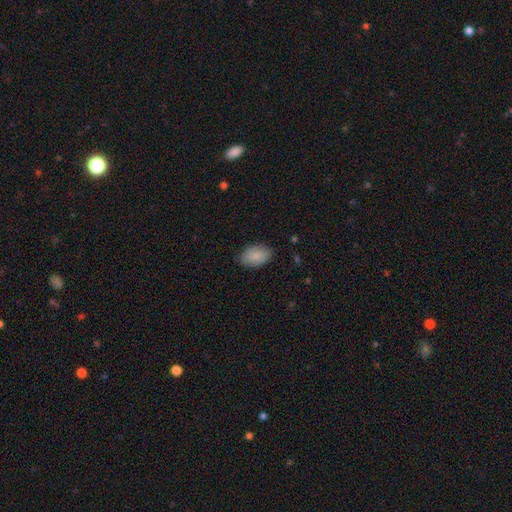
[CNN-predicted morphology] Q: Smooth or featured?
A: smooth (82%); runner-up: featured or disk (11%)
Q: How rounded?
A: in between (89%); runner-up: round (10%)
Q: Merging?
A: none (82%); runner-up: minor disturbance (14%)